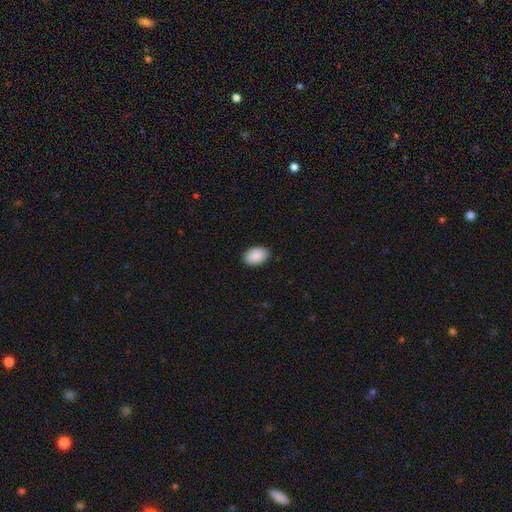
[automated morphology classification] Q: Smooth or featured?
A: smooth (91%); runner-up: star or artifact (6%)
Q: How rounded?
A: in between (90%); runner-up: round (9%)
Q: Merging?
A: none (88%); runner-up: minor disturbance (10%)